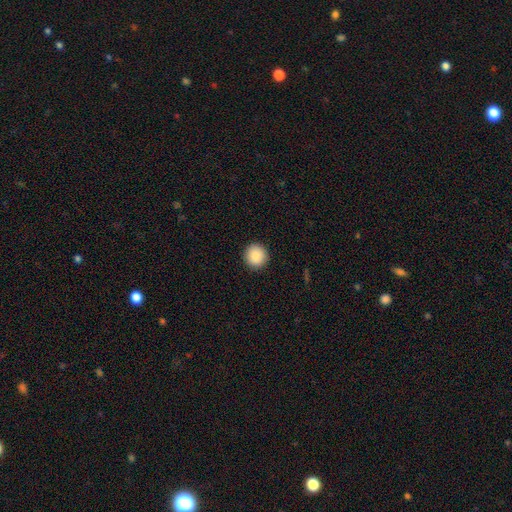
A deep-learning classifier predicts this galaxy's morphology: Smooth or featured: smooth — 89% (star or artifact — 8%)
How rounded: round — 94% (in between — 5%)
Merging: none — 93% (minor disturbance — 5%)